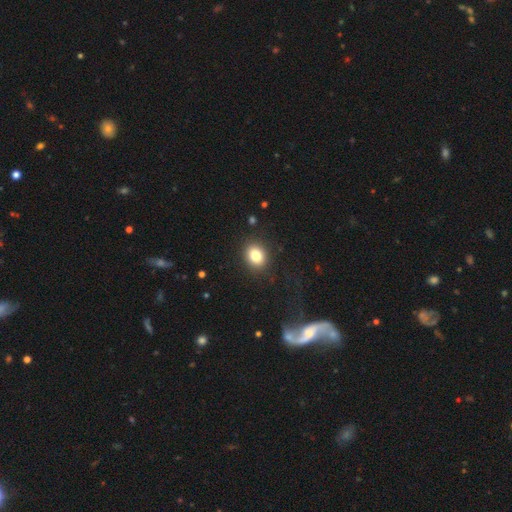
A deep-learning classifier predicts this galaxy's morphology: smooth-or-featured: smooth: 82% | star or artifact: 10% | featured or disk: 7%
  how-rounded: round: 54% | in between: 45% | cigar-shaped: 1%
  merging: none: 87% | minor disturbance: 8% | major disturbance: 3% | merger: 1%